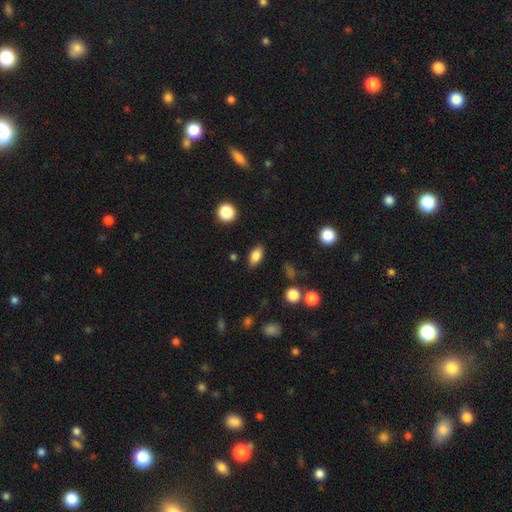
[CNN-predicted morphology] This is clearly a smooth galaxy (81%). How rounded: clearly in between (87%). Merging: clearly none (84%).